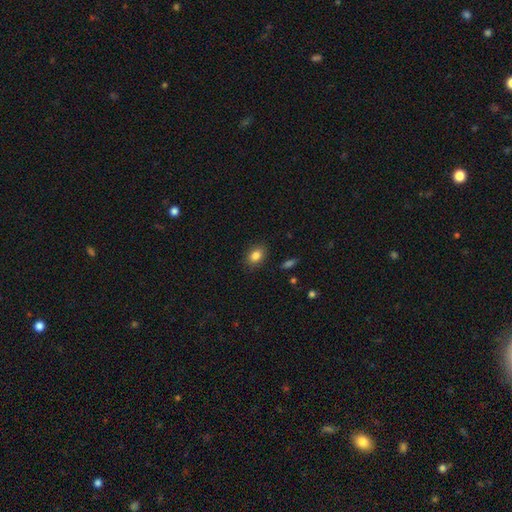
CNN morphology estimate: Smooth or featured? smooth (84%)
How rounded? in between (73%)
Merging? none (87%)